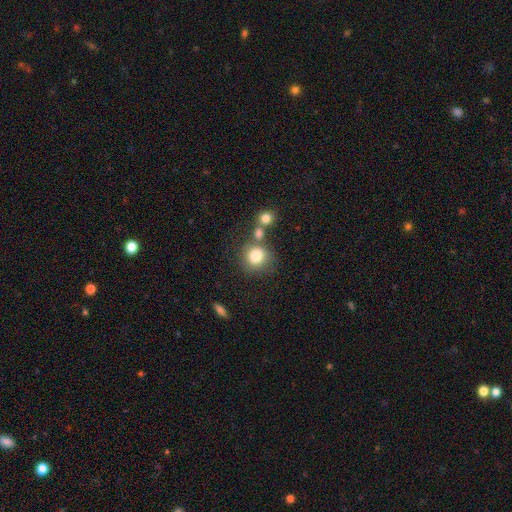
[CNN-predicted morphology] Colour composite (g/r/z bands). It shows a smooth galaxy with no disk features (79%) that is round (85%). Merging: none (61%).